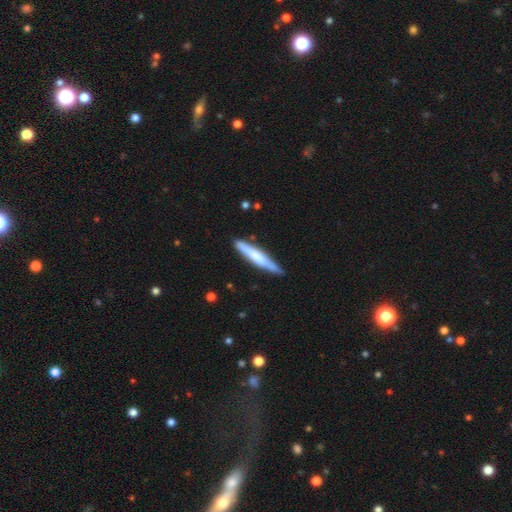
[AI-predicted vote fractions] Smooth or featured: smooth — 53% (featured or disk — 41%)
How rounded: cigar-shaped — 93% (in between — 6%)
Merging: none — 81% (minor disturbance — 14%)